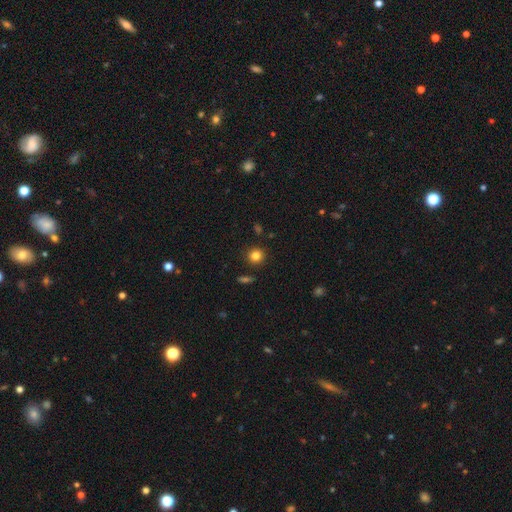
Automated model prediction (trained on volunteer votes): smooth 83%, star or artifact 12%, featured or disk 6%. Down the decision tree: how rounded — round (91%); merging — none (90%).